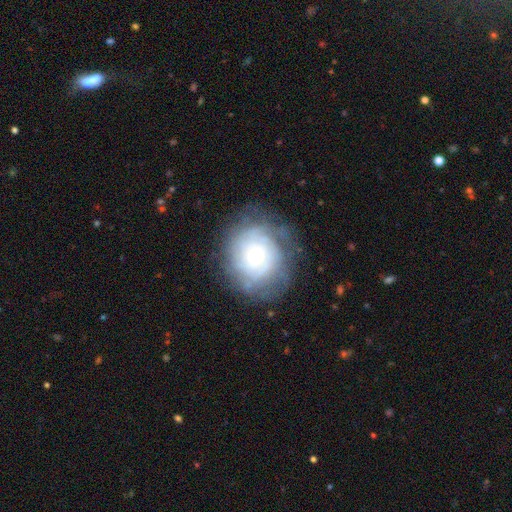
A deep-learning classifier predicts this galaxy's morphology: The model was most divided on "smooth or featured": featured or disk: 67%, smooth: 24%, star or artifact: 9%. More confident: edge-on disk — no (97%); spiral arms — yes (81%); spiral winding — tight (74%); bar — no (73%); merging — none (71%); bulge size — small (70%); spiral arm count — can't tell (58%).